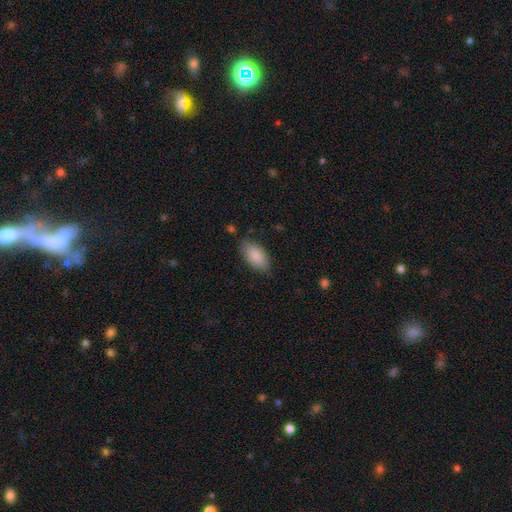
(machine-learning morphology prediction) Smooth or featured: smooth — 88% (featured or disk — 6%)
How rounded: in between — 93% (cigar-shaped — 4%)
Merging: none — 75% (minor disturbance — 19%)